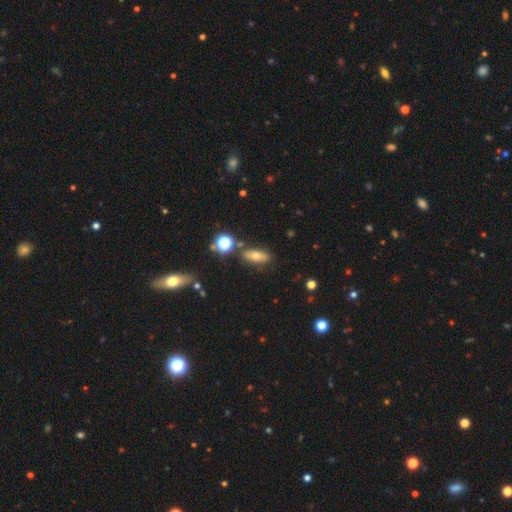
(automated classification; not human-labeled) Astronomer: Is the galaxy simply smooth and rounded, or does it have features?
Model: smooth — 62%.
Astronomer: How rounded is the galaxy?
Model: in between — 74%.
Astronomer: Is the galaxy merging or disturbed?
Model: none — 77%.